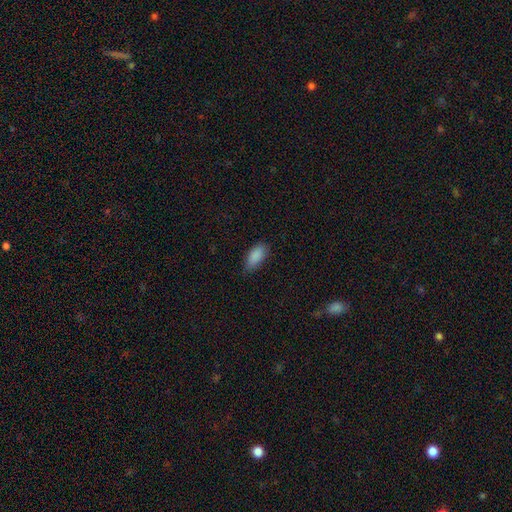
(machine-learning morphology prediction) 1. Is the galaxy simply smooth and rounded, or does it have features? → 89% smooth, 7% star or artifact, 4% featured or disk.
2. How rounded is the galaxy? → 89% in between, 9% cigar-shaped, 2% round.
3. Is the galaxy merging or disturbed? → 77% none, 19% minor disturbance, 3% major disturbance, 1% merger.